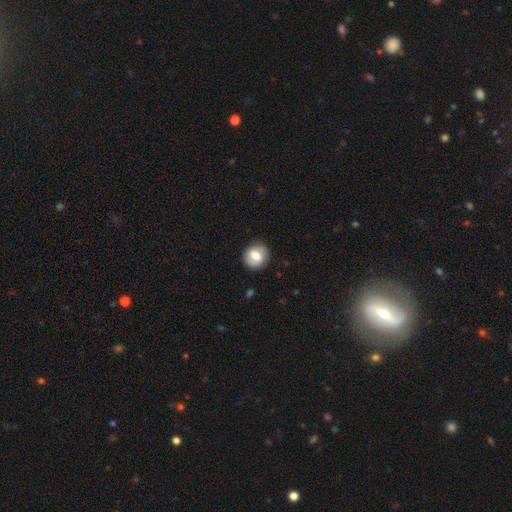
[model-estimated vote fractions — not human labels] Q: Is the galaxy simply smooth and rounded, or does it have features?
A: smooth — 73%.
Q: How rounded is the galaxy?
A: round — 81%.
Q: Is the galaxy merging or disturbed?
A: none — 84%.